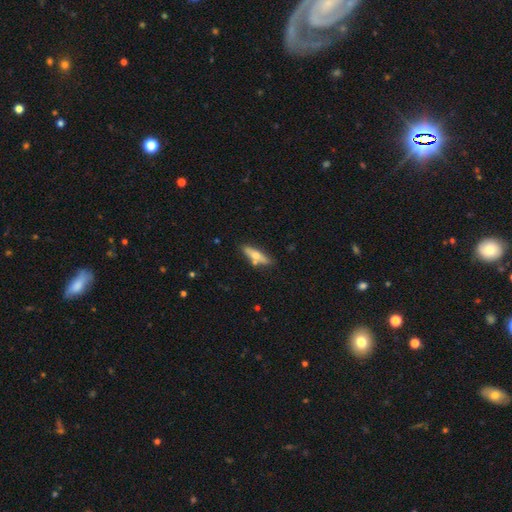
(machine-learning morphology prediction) smooth 52%, featured or disk 42%, star or artifact 6%. Down the decision tree: how rounded — cigar-shaped (63%); merging — none (72%).